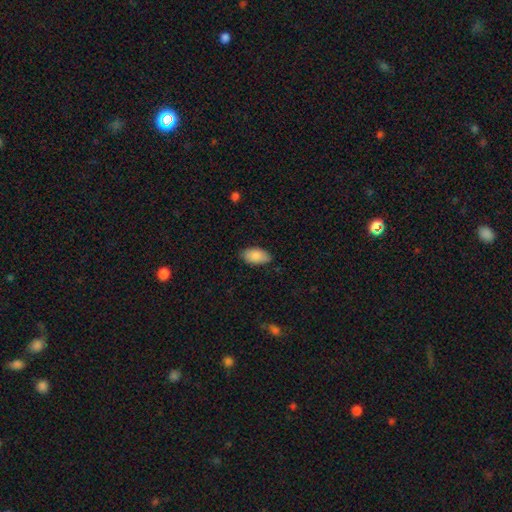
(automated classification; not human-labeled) Smooth or featured?
  - smooth: 88% *
  - star or artifact: 6%
  - featured or disk: 6%
How rounded?
  - in between: 94% *
  - round: 3%
  - cigar-shaped: 2%
Merging?
  - none: 81% *
  - minor disturbance: 15%
  - major disturbance: 3%
  - merger: 1%